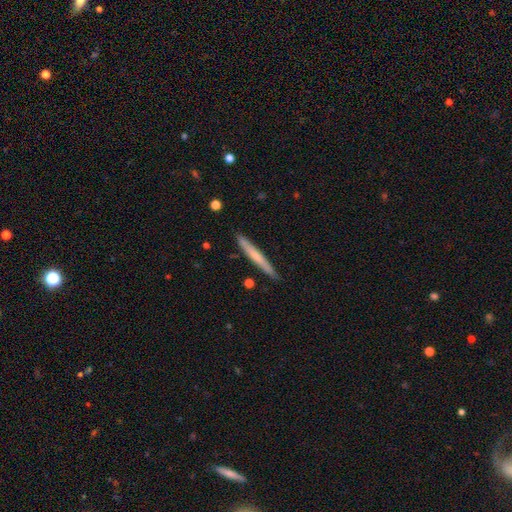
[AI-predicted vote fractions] A smooth galaxy with no disk features (56%) that is cigar-shaped (96%). Merging: none (89%).